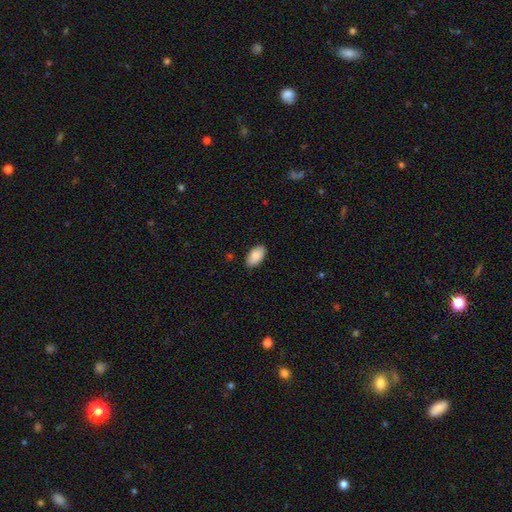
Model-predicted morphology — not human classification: Smooth or featured? smooth (88%)
How rounded? in between (95%)
Merging? none (87%)